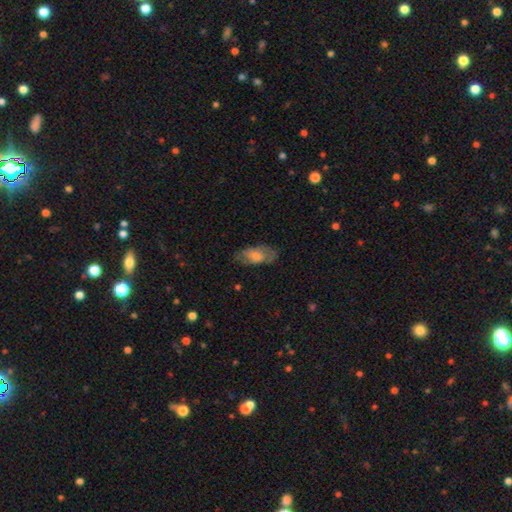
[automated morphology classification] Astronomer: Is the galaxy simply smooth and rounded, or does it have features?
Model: smooth — 59% (runner-up: featured or disk, 34%).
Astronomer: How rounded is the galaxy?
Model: in between — 90%.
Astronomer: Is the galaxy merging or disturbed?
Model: none — 66%.